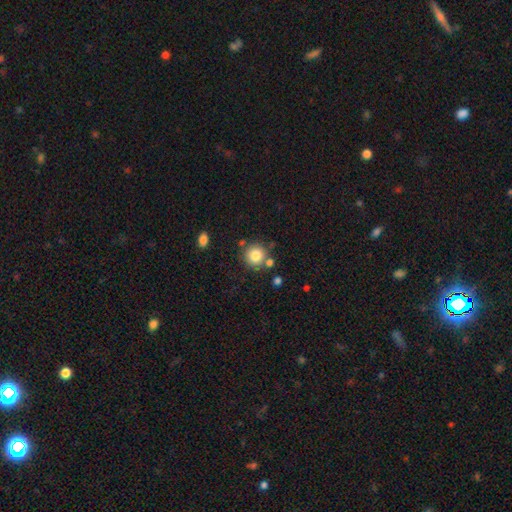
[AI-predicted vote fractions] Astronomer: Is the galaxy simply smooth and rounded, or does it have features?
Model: smooth — 82%.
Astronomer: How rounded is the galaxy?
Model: round — 92%.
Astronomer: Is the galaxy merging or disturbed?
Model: none — 75%.